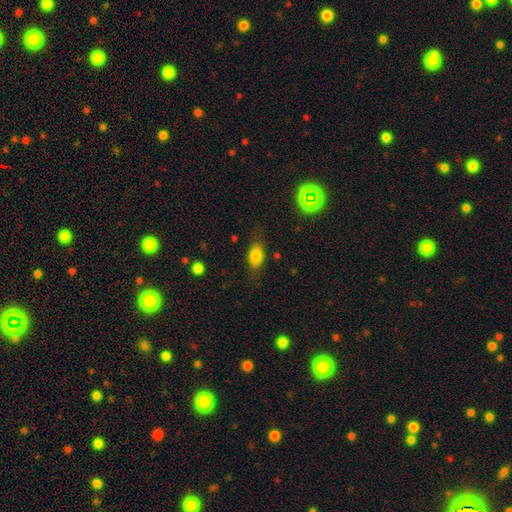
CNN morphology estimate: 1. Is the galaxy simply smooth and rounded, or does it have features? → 77% smooth, 13% featured or disk, 10% star or artifact.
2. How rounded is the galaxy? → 83% in between, 10% round, 6% cigar-shaped.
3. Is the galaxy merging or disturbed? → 74% none, 18% minor disturbance, 7% major disturbance, 2% merger.